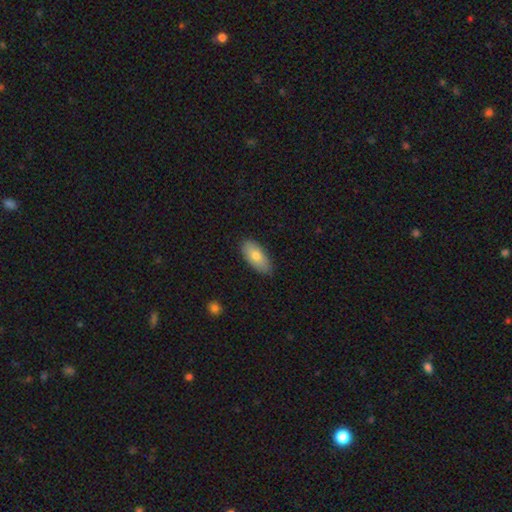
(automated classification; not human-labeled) Smooth or featured?
  - smooth: 78% *
  - featured or disk: 15%
  - star or artifact: 6%
How rounded?
  - in between: 89% *
  - cigar-shaped: 9%
  - round: 2%
Merging?
  - none: 84% *
  - minor disturbance: 13%
  - major disturbance: 2%
  - merger: 1%